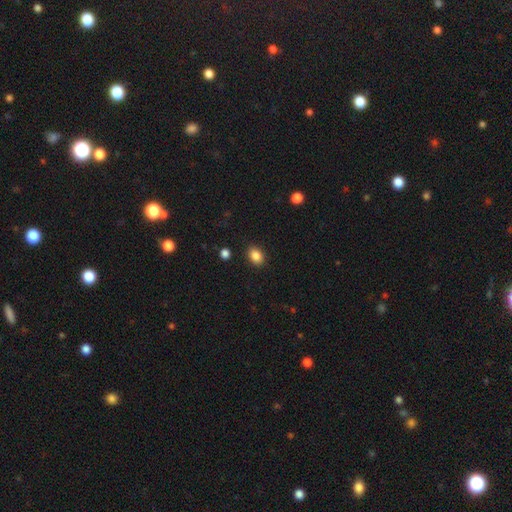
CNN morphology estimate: A smooth galaxy with no disk features (86%) that is in between round and cigar-shaped (64%). Merging: none (88%).